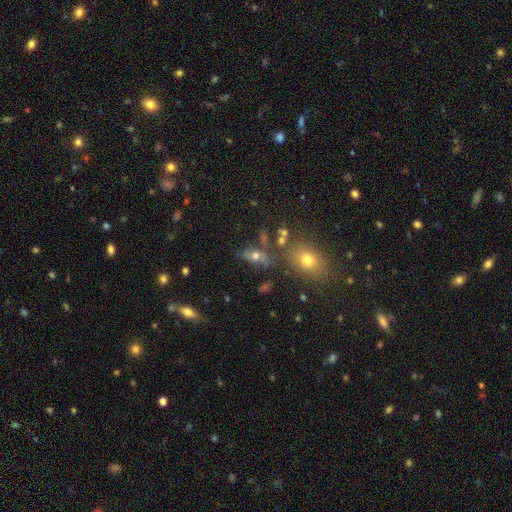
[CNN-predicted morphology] smooth_or_featured: smooth (p=0.56) [alt: featured or disk p=0.25]
how_rounded: in between (p=0.71) [alt: round p=0.19]
merging: none (p=0.51) [alt: minor disturbance p=0.19]